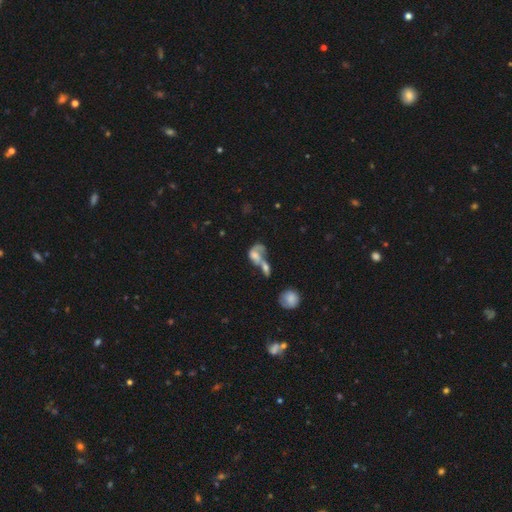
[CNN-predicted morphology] smooth-or-featured: featured or disk: 45% | smooth: 44% | star or artifact: 12%
  merging: merger: 65% | major disturbance: 17% | none: 12% | minor disturbance: 7%